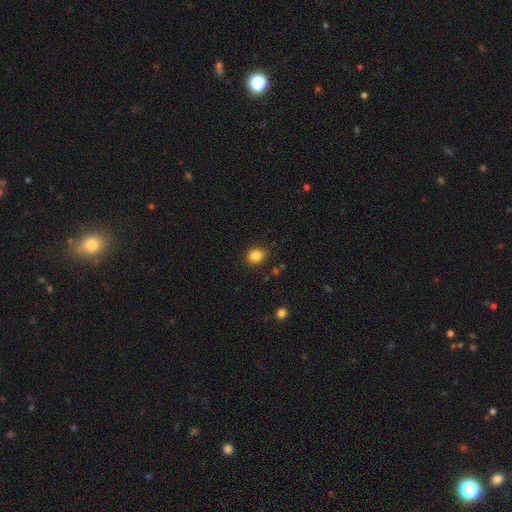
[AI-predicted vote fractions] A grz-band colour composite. It shows a smooth galaxy with no disk features (85%) that is round (67%). Merging: none (88%).